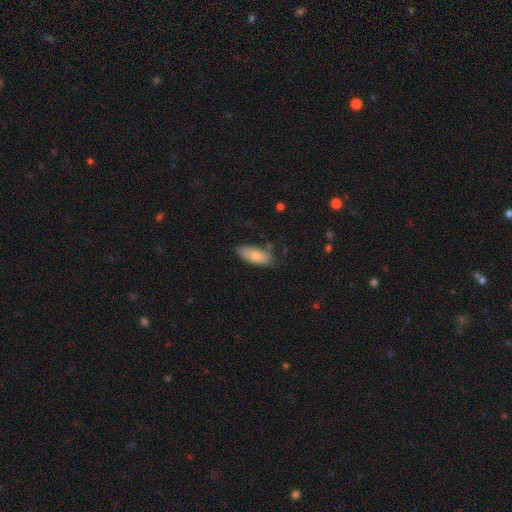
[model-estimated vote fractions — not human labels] Smooth or featured?
  - smooth: 73% *
  - featured or disk: 20%
  - star or artifact: 6%
How rounded?
  - in between: 82% *
  - cigar-shaped: 16%
  - round: 2%
Merging?
  - none: 70% *
  - minor disturbance: 22%
  - major disturbance: 5%
  - merger: 3%